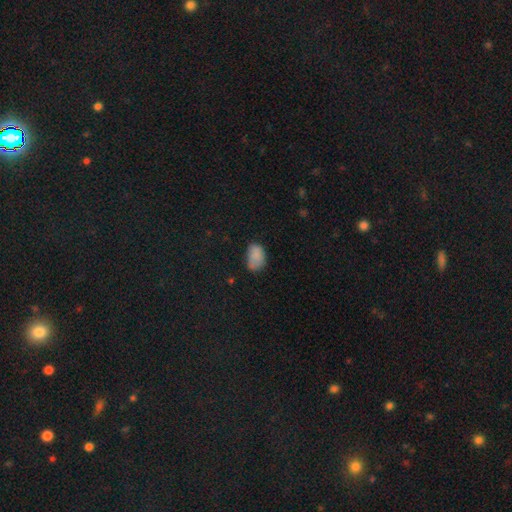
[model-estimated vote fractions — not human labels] Smooth or featured? smooth (83%)
How rounded? in between (87%)
Merging? none (57%)